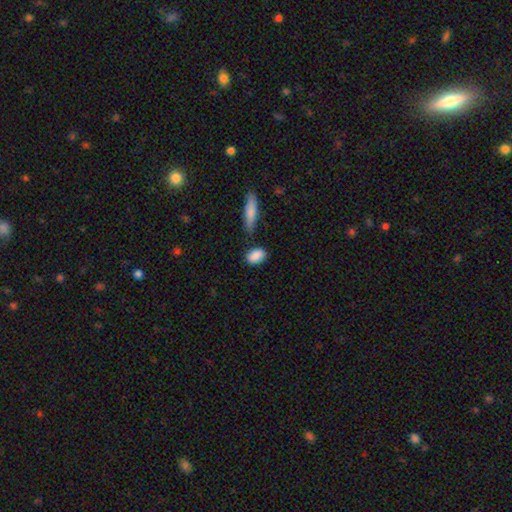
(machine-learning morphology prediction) The model was most divided on "merging": none: 77%, minor disturbance: 14%, merger: 6%, major disturbance: 3%. More confident: smooth or featured — smooth (88%); how rounded — in between (85%).